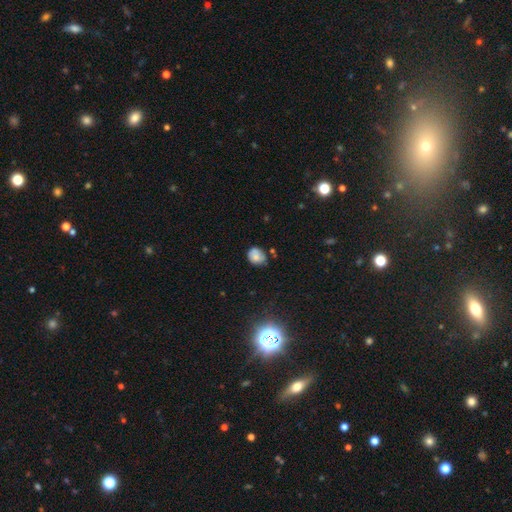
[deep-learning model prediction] Smooth or featured? smooth (66%)
How rounded? round (60%)
Merging? none (54%)